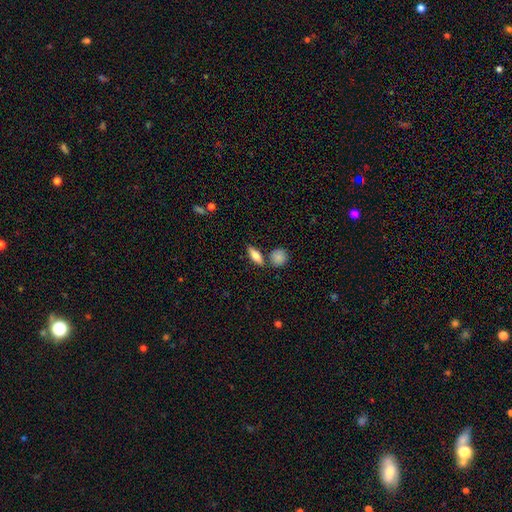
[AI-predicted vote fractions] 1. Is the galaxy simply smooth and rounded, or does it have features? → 69% smooth, 23% featured or disk, 7% star or artifact.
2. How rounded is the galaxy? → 59% in between, 34% cigar-shaped, 6% round.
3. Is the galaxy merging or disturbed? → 75% none, 11% merger, 11% minor disturbance, 3% major disturbance.